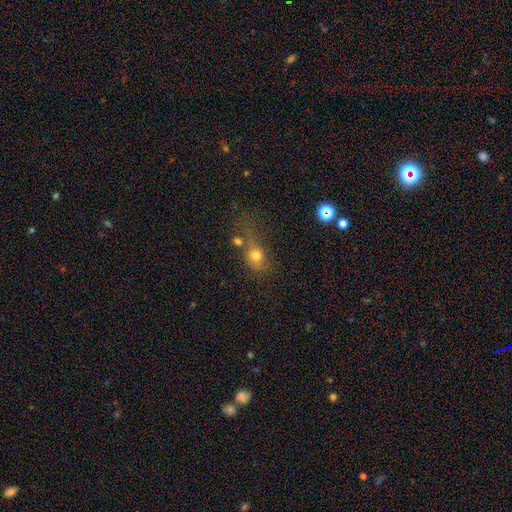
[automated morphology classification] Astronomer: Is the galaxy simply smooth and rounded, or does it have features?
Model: smooth — 73%.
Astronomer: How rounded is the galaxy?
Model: round — 58% (runner-up: in between, 39%).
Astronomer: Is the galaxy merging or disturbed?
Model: none — 34% (runner-up: merger, 29%).